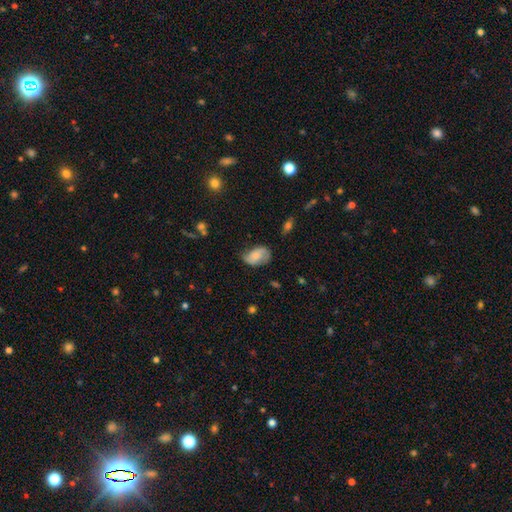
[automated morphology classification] smooth 56%, featured or disk 36%, star or artifact 8%. Down the decision tree: how rounded — in between (88%); merging — none (58%).